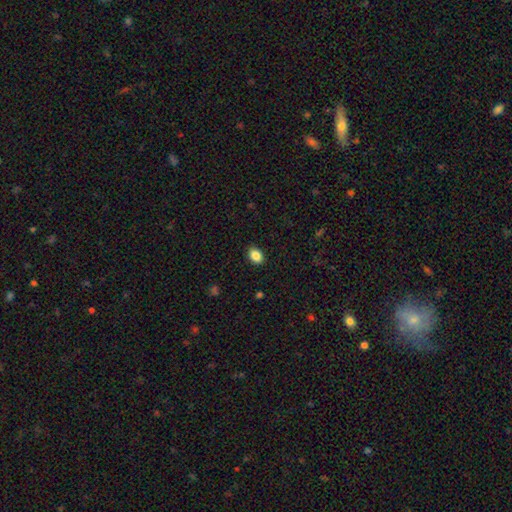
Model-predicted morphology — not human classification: Overall: smooth (87%). How rounded: in between (74%). Merging: none (89%).